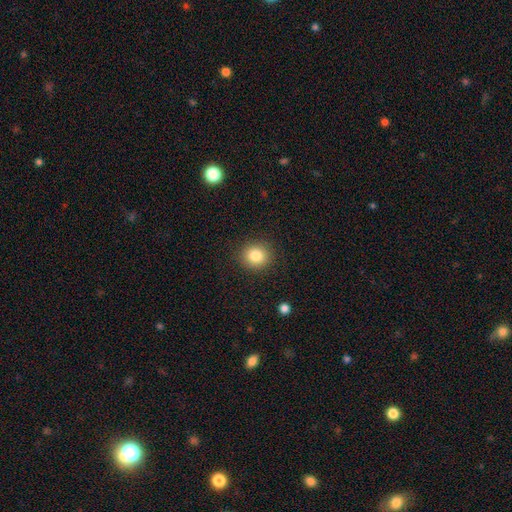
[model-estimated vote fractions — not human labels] Smooth or featured: smooth — 83% (star or artifact — 10%)
How rounded: round — 86% (in between — 13%)
Merging: none — 90% (minor disturbance — 7%)